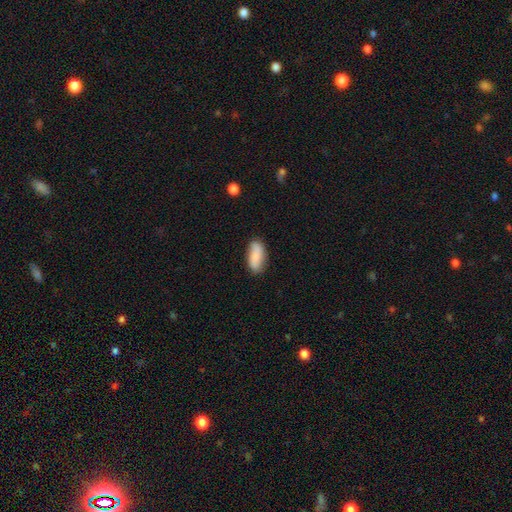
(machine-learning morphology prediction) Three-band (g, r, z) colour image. It shows a smooth galaxy with no disk features (80%) that is in between round and cigar-shaped (82%). Merging: none (79%).